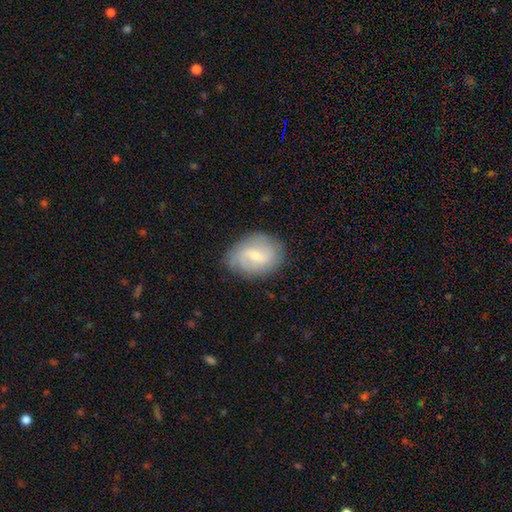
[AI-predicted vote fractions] Smooth or featured: featured or disk — 58% (smooth — 35%)
Edge-on disk: no — 97% (yes — 3%)
Bar: weak — 60% (no — 25%)
Spiral arms: yes — 83% (no — 17%)
Bulge size: small — 56% (moderate — 37%)
Merging: none — 75% (minor disturbance — 18%)